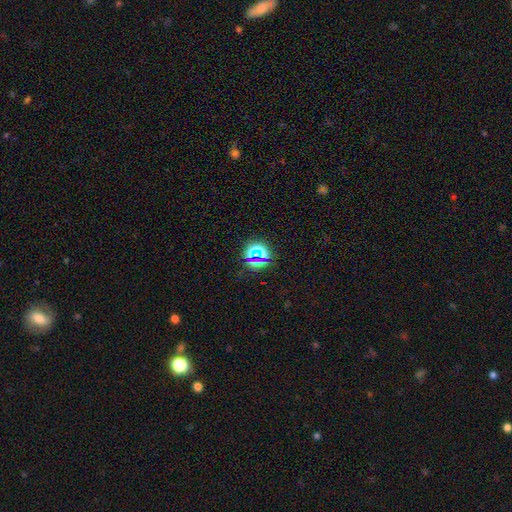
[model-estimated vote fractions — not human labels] This appears to be a star or artifact, not a galaxy (67%).